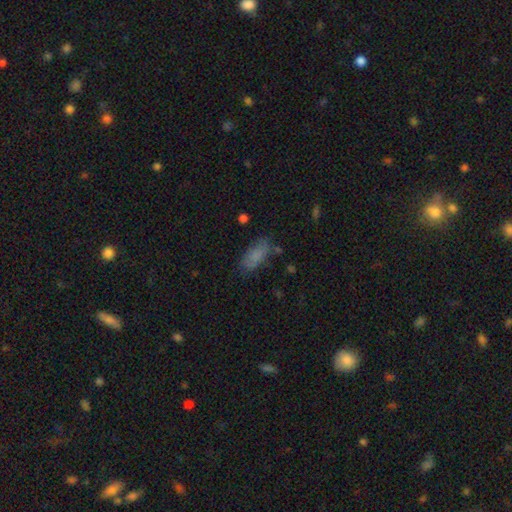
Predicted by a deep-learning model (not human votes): A smooth galaxy with no disk features (79%) that is in between round and cigar-shaped (83%). Merging: none (68%).